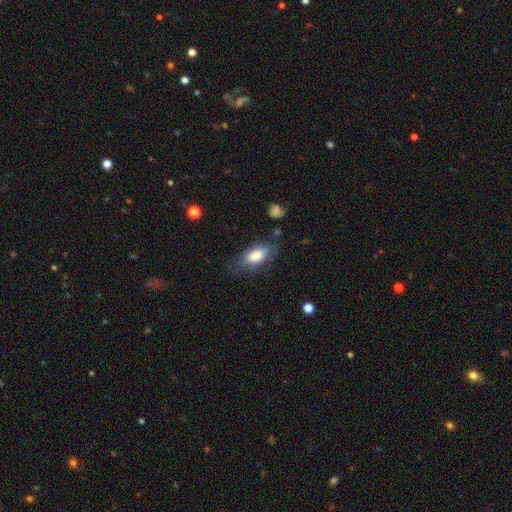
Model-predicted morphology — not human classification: Smooth or featured? smooth (77%)
How rounded? in between (87%)
Merging? none (66%)